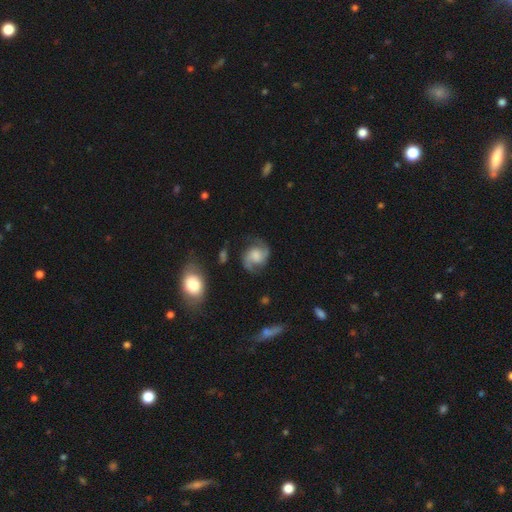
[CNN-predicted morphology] Smooth or featured? featured or disk (78%)
Edge-on disk? no (98%)
Bar? no (58%)
Spiral arms? yes (96%)
Spiral winding? medium (51%)
Spiral arm count? 2 (91%)
Bulge size? moderate (31%)
Merging? none (72%)